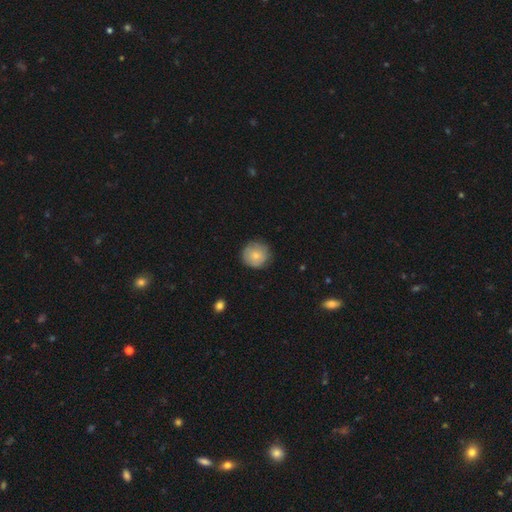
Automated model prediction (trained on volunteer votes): A smooth galaxy with no disk features (76%) that is round (94%). Merging: none (83%).